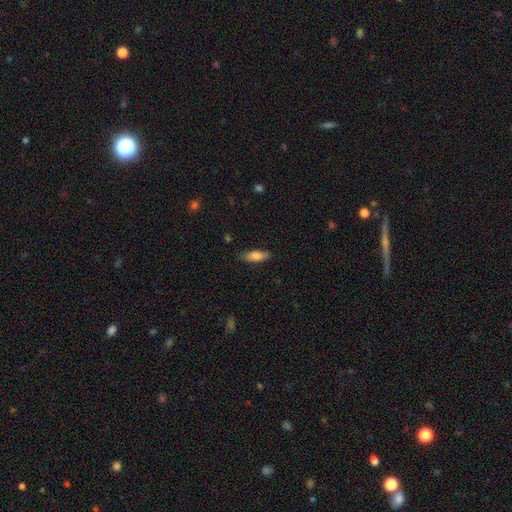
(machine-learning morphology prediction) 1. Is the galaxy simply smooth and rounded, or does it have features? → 79% smooth, 14% featured or disk, 7% star or artifact.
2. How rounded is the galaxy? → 63% in between, 35% cigar-shaped, 2% round.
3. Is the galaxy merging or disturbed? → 83% none, 13% minor disturbance, 3% major disturbance, 1% merger.